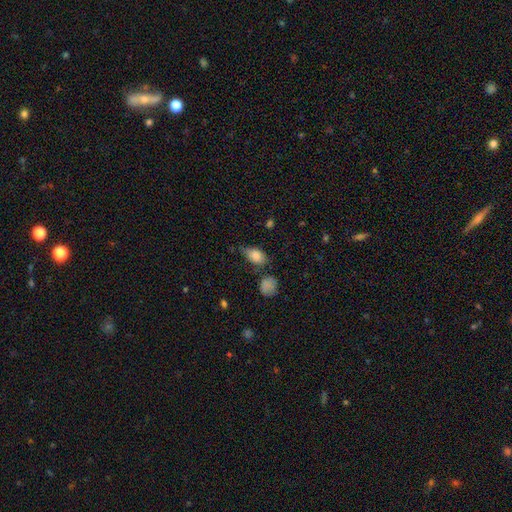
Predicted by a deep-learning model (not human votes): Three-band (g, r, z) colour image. It shows a smooth galaxy with no disk features (83%) that is in between round and cigar-shaped (86%). Merging: none (52%).